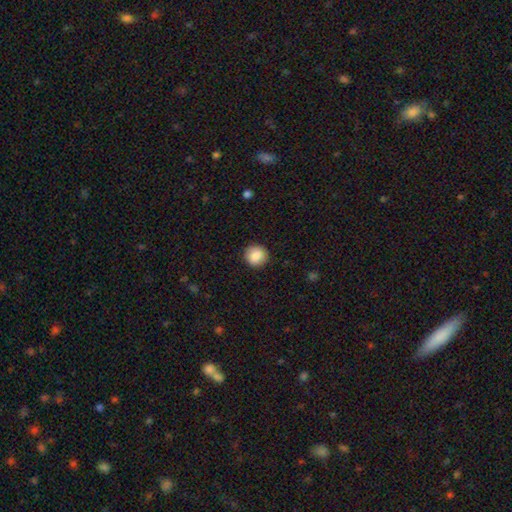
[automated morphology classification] Overall: smooth (87%). How rounded: round (92%). Merging: none (90%).